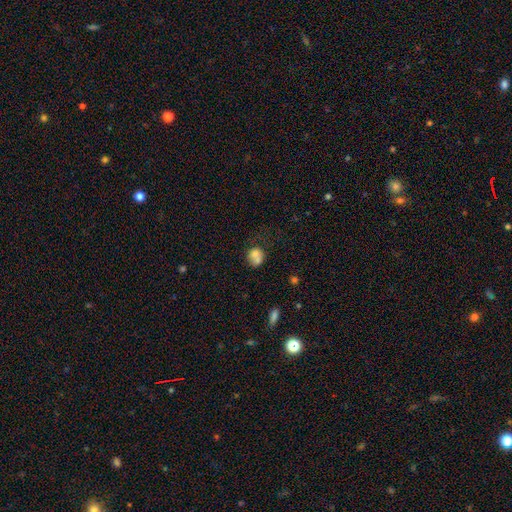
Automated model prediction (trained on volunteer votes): smooth-or-featured: smooth: 71% | featured or disk: 19% | star or artifact: 10%
  how-rounded: round: 68% | in between: 31% | cigar-shaped: 1%
  merging: merger: 54% | none: 28% | minor disturbance: 11% | major disturbance: 7%